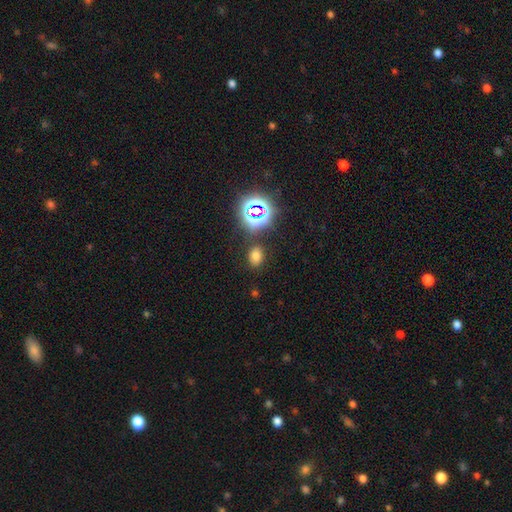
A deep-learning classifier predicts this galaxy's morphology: Smooth or featured: smooth — 68% (star or artifact — 25%)
How rounded: in between — 62% (round — 36%)
Merging: none — 83% (minor disturbance — 10%)